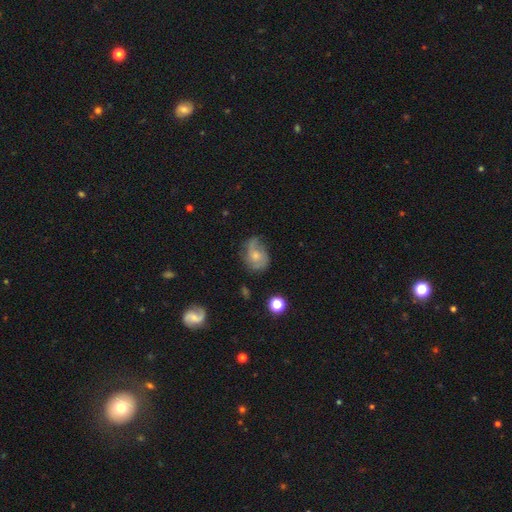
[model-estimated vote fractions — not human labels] The model was most divided on "smooth or featured": featured or disk: 49%, smooth: 42%, star or artifact: 9%. Remaining: merging — none (45%).